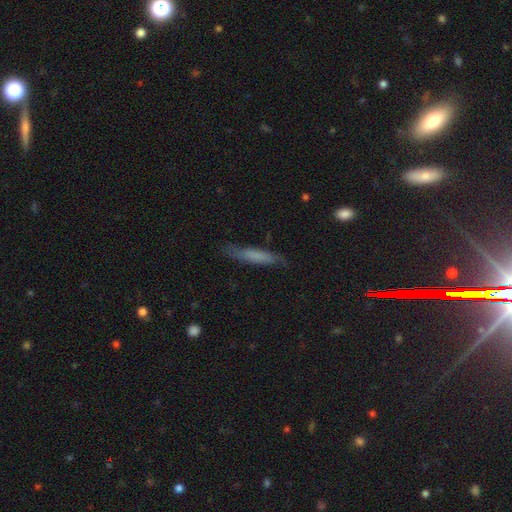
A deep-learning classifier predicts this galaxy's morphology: A smooth galaxy with no disk features (63%) that is cigar-shaped (89%).

Vote fractions:
- Smooth or featured? smooth: 63% / featured or disk: 30% / star or artifact: 7%
- How rounded? cigar-shaped: 89% / in between: 10% / round: 2%
- Merging? none: 77% / minor disturbance: 17% / major disturbance: 4% / merger: 2%